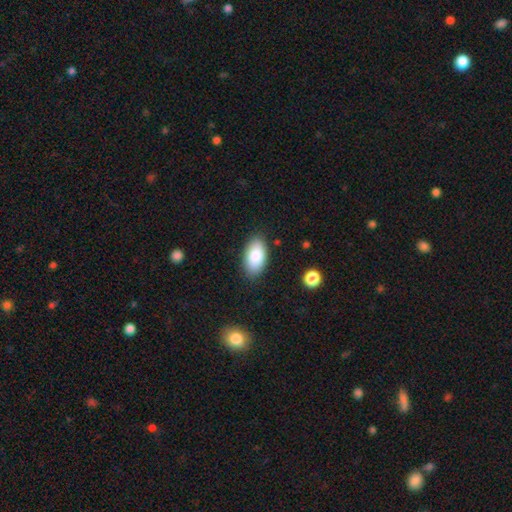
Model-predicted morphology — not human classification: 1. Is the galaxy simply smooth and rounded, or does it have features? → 85% smooth, 9% featured or disk, 7% star or artifact.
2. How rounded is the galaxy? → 94% in between, 3% round, 2% cigar-shaped.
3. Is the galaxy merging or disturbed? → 86% none, 11% minor disturbance, 3% major disturbance, 1% merger.